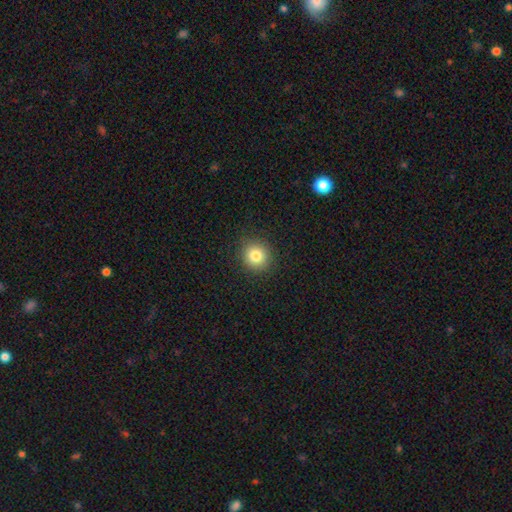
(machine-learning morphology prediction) This is clearly a smooth galaxy (82%). How rounded: clearly round (88%). Merging: clearly none (89%).